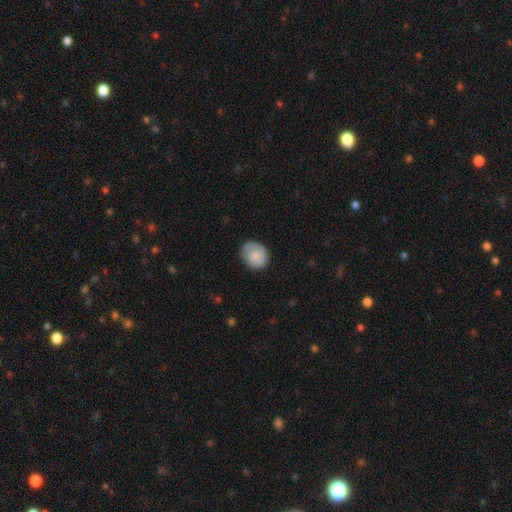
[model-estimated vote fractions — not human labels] smooth 83%, featured or disk 10%, star or artifact 7%. Down the decision tree: how rounded — round (66%); merging — none (70%).